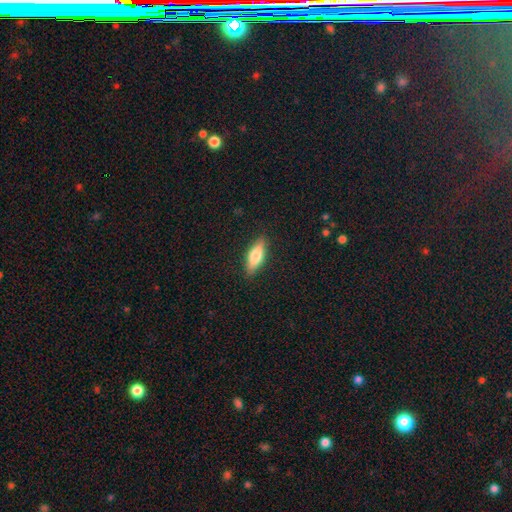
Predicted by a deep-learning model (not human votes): A smooth galaxy with no disk features (71%) that is in between round and cigar-shaped (60%).

Vote fractions:
- Smooth or featured? smooth: 71% / featured or disk: 23% / star or artifact: 6%
- How rounded? in between: 60% / cigar-shaped: 38% / round: 2%
- Merging? none: 87% / minor disturbance: 10% / major disturbance: 2% / merger: 1%